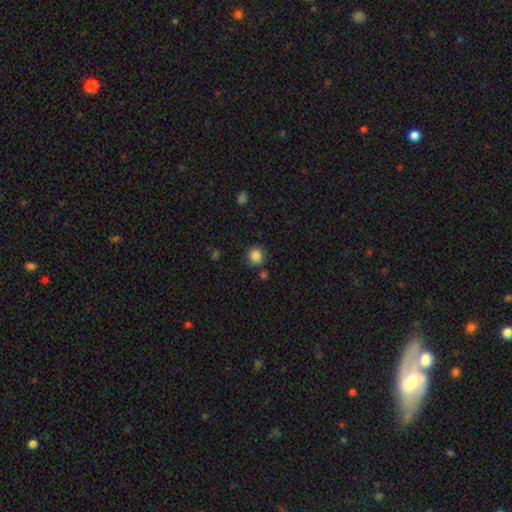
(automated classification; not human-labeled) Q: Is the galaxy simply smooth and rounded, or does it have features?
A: smooth — 85%.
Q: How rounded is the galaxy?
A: round — 87%.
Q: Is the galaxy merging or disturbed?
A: none — 83%.